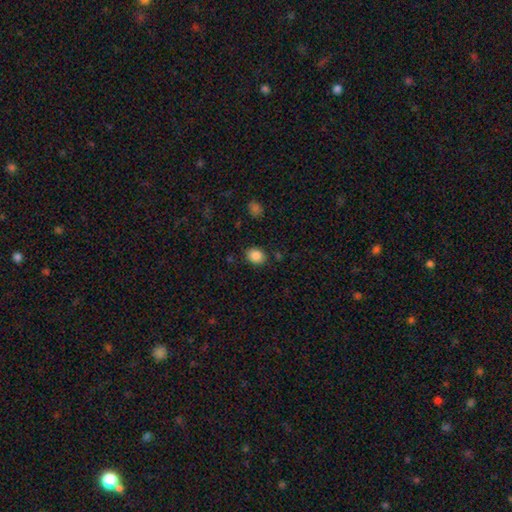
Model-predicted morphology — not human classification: Q: Smooth or featured?
A: smooth (86%); runner-up: star or artifact (9%)
Q: How rounded?
A: round (54%); runner-up: in between (45%)
Q: Merging?
A: none (85%); runner-up: minor disturbance (10%)